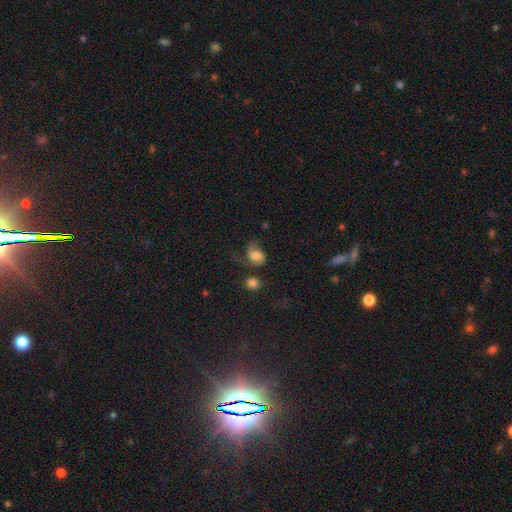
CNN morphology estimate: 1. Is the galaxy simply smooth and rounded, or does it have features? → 52% smooth, 37% featured or disk, 11% star or artifact.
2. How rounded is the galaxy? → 66% in between, 32% round, 2% cigar-shaped.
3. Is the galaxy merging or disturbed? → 33% none (tied), 33% major disturbance (tied), 25% minor disturbance, 9% merger.